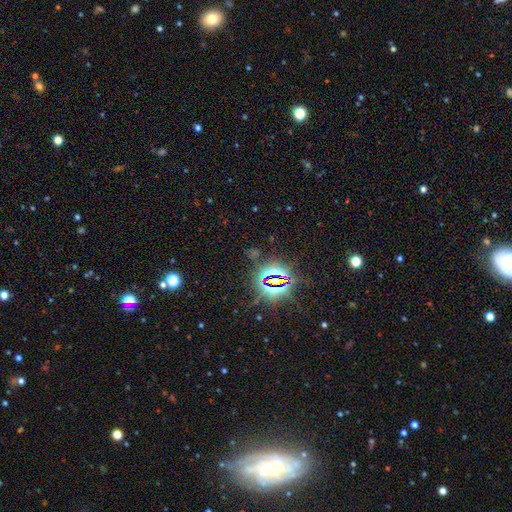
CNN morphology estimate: Overall: star or artifact (82%).